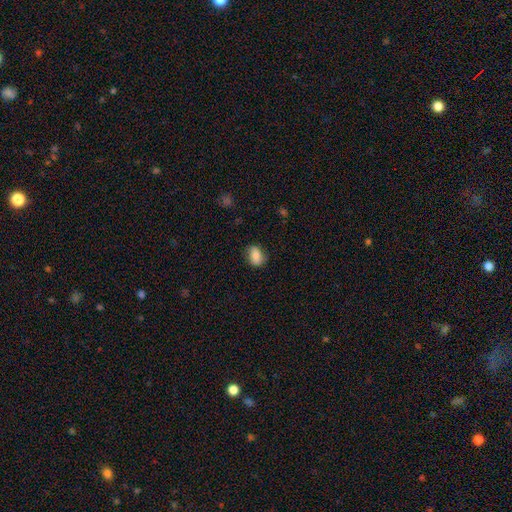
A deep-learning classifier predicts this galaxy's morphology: Q: Smooth or featured?
A: smooth (78%); runner-up: featured or disk (14%)
Q: How rounded?
A: in between (73%); runner-up: round (25%)
Q: Merging?
A: none (78%); runner-up: minor disturbance (17%)